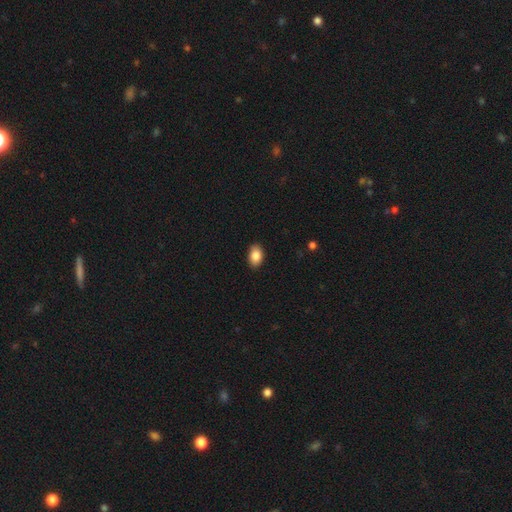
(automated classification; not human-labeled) Smooth or featured? Predicted: smooth (p=0.87). How rounded? Predicted: in between (p=0.89). Merging? Predicted: none (p=0.88).